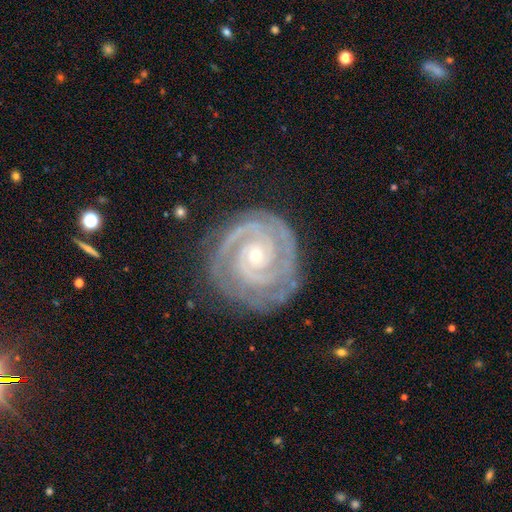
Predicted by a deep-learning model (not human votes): Q: Smooth or featured?
A: featured or disk (92%); runner-up: star or artifact (5%)
Q: Edge-on disk?
A: no (98%); runner-up: yes (2%)
Q: Bar?
A: no (71%); runner-up: weak (20%)
Q: Spiral arms?
A: yes (98%); runner-up: no (2%)
Q: Spiral winding?
A: tight (84%); runner-up: medium (15%)
Q: Spiral arm count?
A: 2 (63%); runner-up: 3 (18%)
Q: Bulge size?
A: small (71%); runner-up: moderate (26%)
Q: Merging?
A: none (80%); runner-up: minor disturbance (14%)